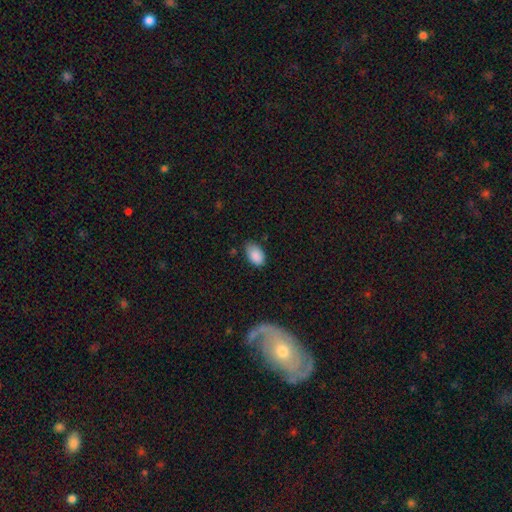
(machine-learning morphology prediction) Smooth or featured: smooth — 88% (star or artifact — 8%)
How rounded: in between — 92% (round — 7%)
Merging: none — 67% (minor disturbance — 27%)